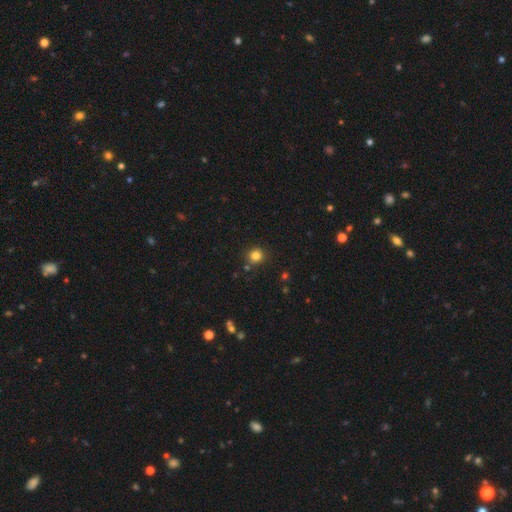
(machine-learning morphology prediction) type=smooth (81%); roundness=round (89%); merging=none (81%).